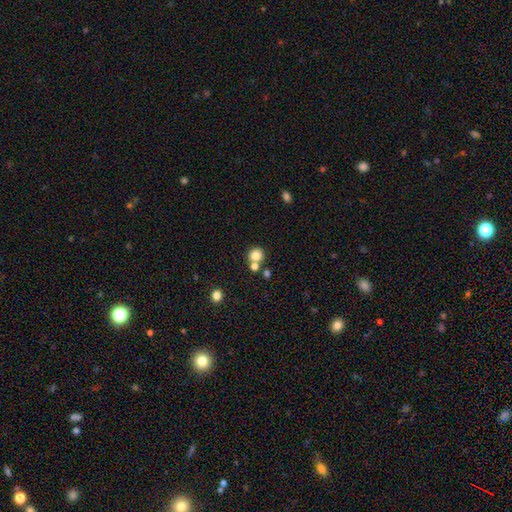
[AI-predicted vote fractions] Overall: smooth (80%). How rounded: round (89%). Merging: none (62%; merger 27%).